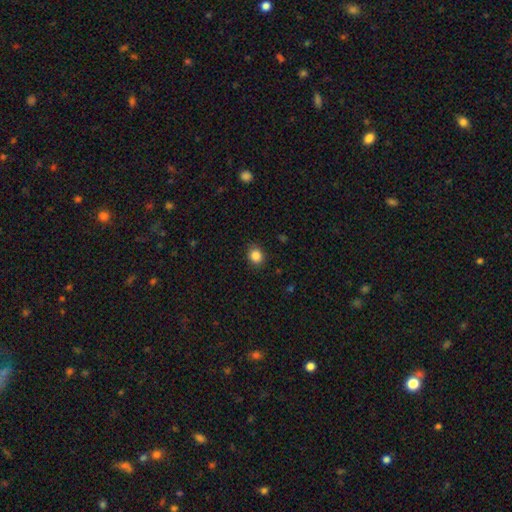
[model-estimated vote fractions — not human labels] The model was most divided on "how rounded": round: 73%, in between: 27%, cigar-shaped: 1%. More confident: merging — none (89%); smooth or featured — smooth (86%).